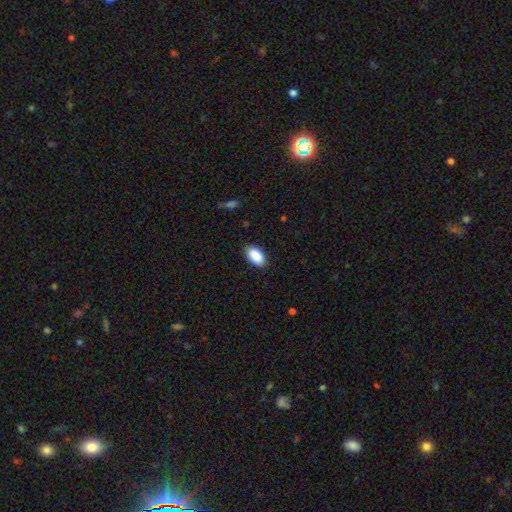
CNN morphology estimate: Smooth or featured? Predicted: smooth (p=0.91). How rounded? Predicted: in between (p=0.94). Merging? Predicted: none (p=0.86).